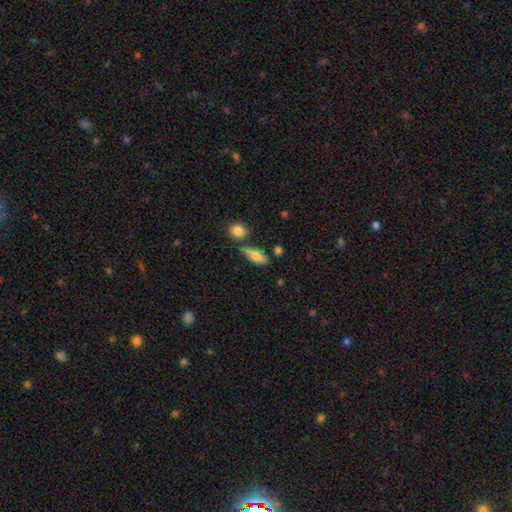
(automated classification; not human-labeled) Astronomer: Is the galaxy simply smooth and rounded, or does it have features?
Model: smooth — 76%.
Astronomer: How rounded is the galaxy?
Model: in between — 68%.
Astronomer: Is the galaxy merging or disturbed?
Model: none — 67%.